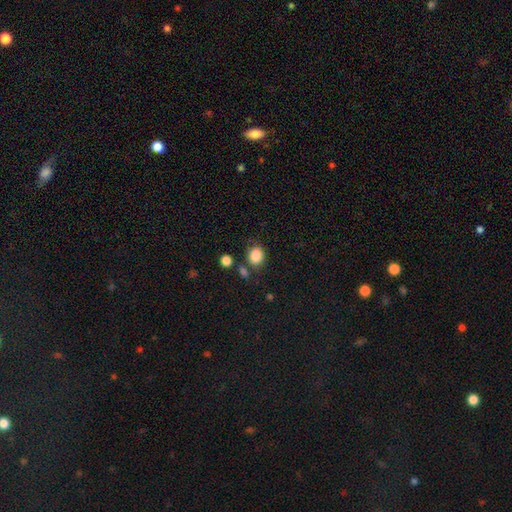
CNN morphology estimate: This is clearly a smooth galaxy (86%). How rounded: likely round (64%). Merging: likely none (73%).